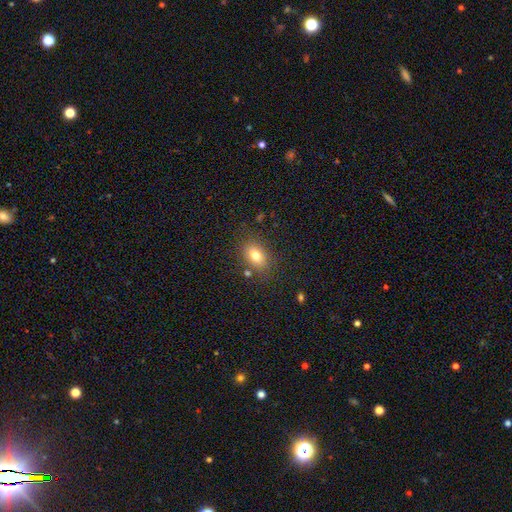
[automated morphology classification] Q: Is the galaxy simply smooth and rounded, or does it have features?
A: smooth — 78%.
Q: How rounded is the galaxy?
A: in between — 79%.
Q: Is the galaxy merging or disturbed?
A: none — 79%.